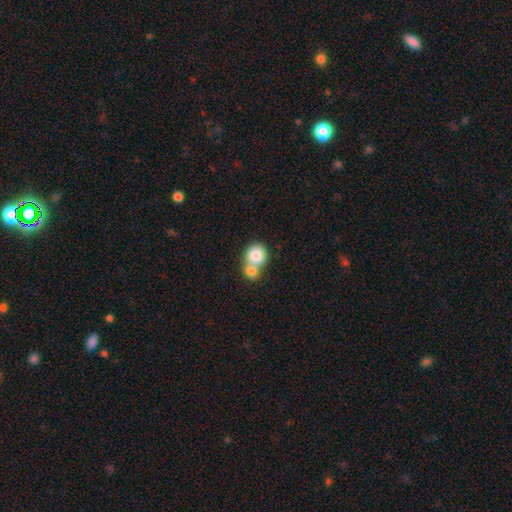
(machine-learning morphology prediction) A smooth galaxy with no disk features (81%) that is round (78%). Merging: merger (64%).